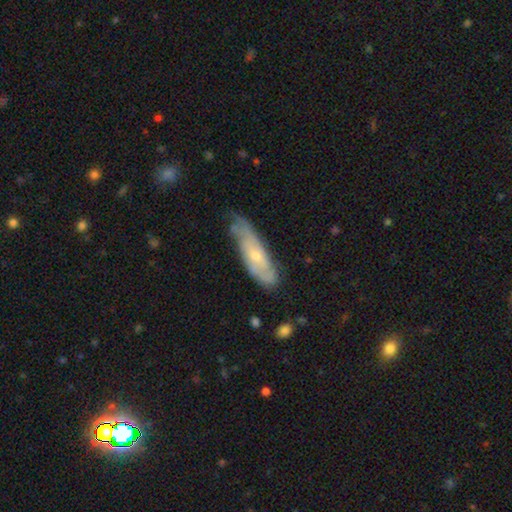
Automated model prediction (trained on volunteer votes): A featured or disk galaxy (60%).

Vote fractions:
- Smooth or featured? featured or disk: 60% / smooth: 35% / star or artifact: 6%
- Edge-on disk? no: 74% / yes: 26%
- Merging? none: 55% / minor disturbance: 33% / major disturbance: 9% / merger: 2%